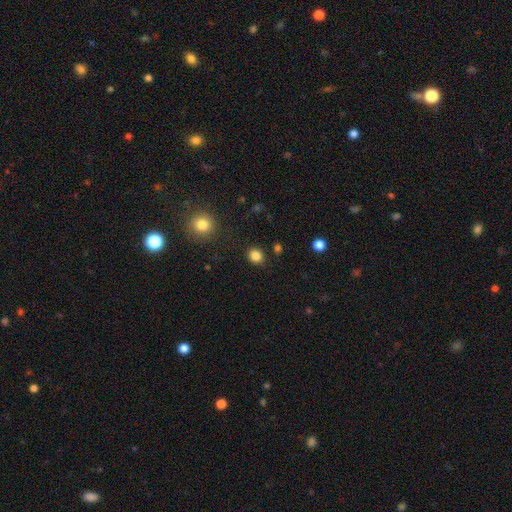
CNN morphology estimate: Smooth or featured? Predicted: smooth (p=0.85). How rounded? Predicted: round (p=0.77). Merging? Predicted: none (p=0.88).